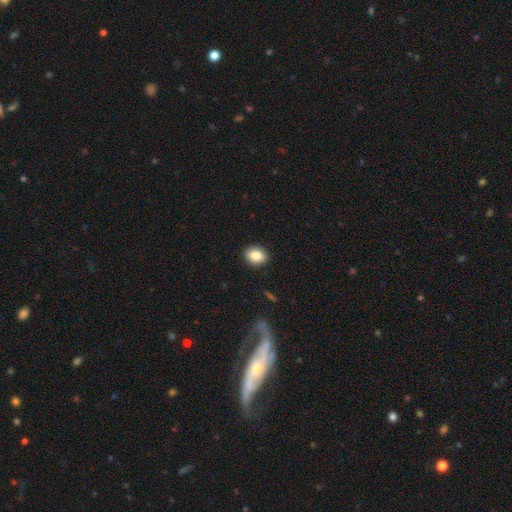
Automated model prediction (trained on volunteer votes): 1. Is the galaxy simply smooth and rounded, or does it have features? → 85% smooth, 9% star or artifact, 6% featured or disk.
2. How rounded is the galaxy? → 54% in between, 44% round, 1% cigar-shaped.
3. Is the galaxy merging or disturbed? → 90% none, 7% minor disturbance, 2% major disturbance, 1% merger.